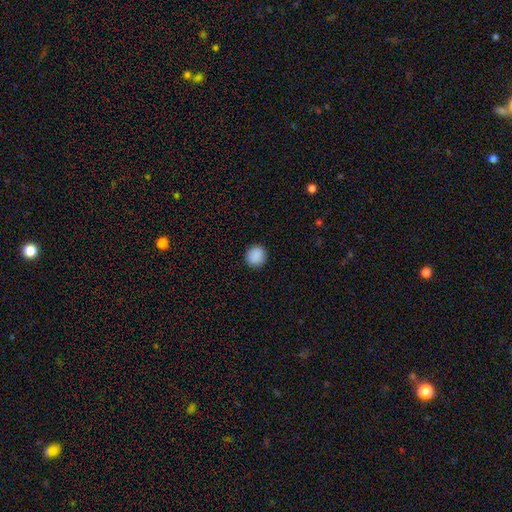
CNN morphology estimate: Smooth or featured?
  - smooth: 90% *
  - star or artifact: 8%
  - featured or disk: 2%
How rounded?
  - round: 88% *
  - in between: 11%
  - cigar-shaped: 1%
Merging?
  - none: 92% *
  - minor disturbance: 5%
  - major disturbance: 2%
  - merger: 1%